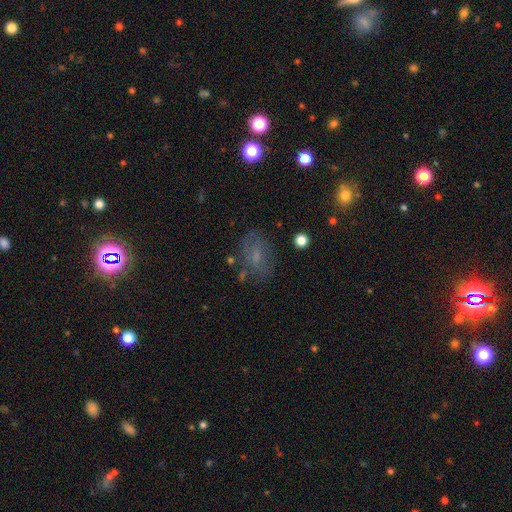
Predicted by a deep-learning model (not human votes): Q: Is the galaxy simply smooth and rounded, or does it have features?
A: smooth — 50%.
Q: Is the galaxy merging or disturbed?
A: none — 65%.